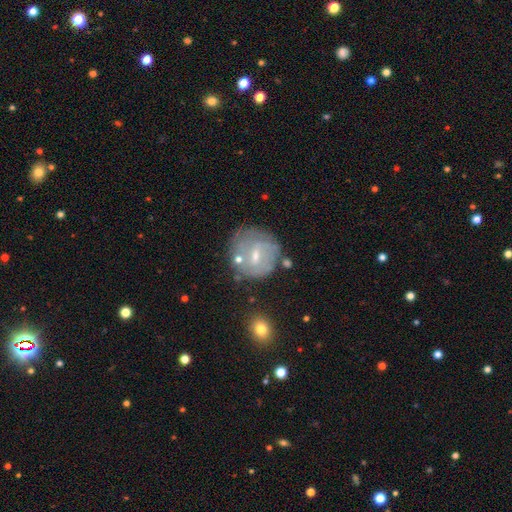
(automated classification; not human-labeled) A featured or disk galaxy (59%) with a weak bar (55%), spiral arms (59%) and a small central bulge (58%).

Vote fractions:
- Smooth or featured? featured or disk: 59% / smooth: 30% / star or artifact: 11%
- Edge-on disk? no: 96% / yes: 4%
- Bar? weak: 55% / no: 29% / strong: 16%
- Spiral arms? yes: 59% / no: 41%
- Bulge size? small: 58% / moderate: 36% / none: 4% / large: 2% / dominant: 1%
- Merging? none: 65% / minor disturbance: 19% / major disturbance: 9% / merger: 7%